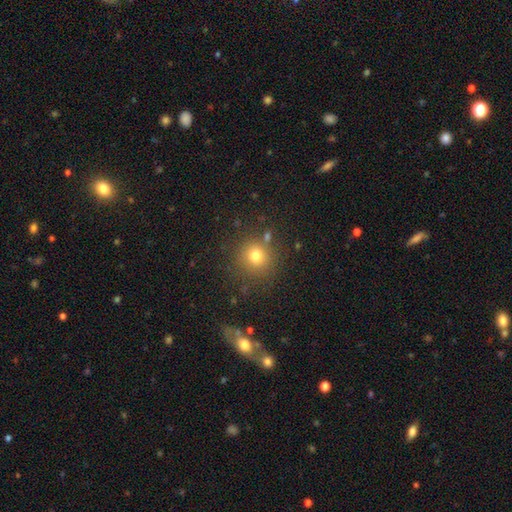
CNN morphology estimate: The model was most divided on "smooth or featured": smooth: 76%, star or artifact: 16%, featured or disk: 8%. More confident: how rounded — round (92%); merging — none (82%).